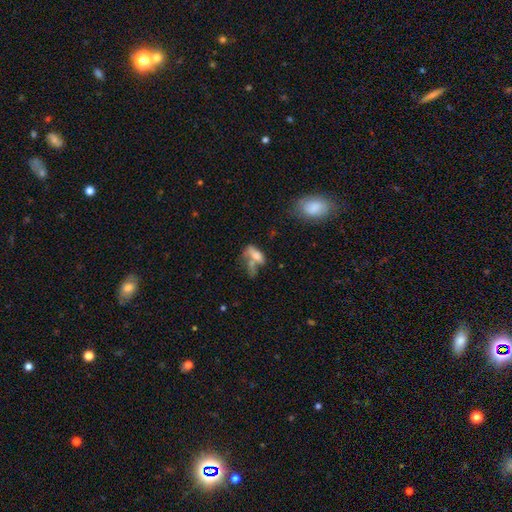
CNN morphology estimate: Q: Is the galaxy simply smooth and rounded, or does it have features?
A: smooth — 63%.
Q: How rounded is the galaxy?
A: in between — 69%.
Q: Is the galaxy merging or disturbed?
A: merger — 39%.